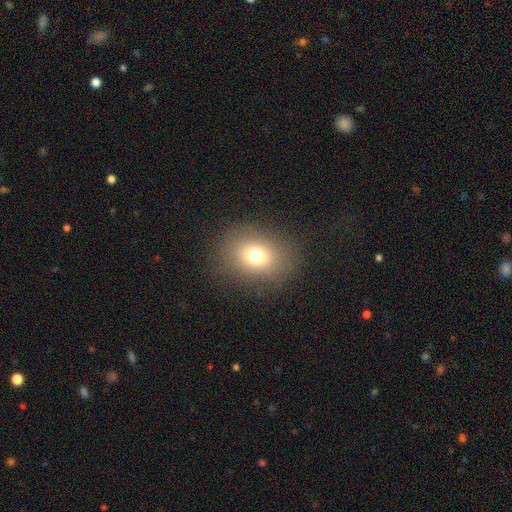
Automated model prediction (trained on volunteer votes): Q: Smooth or featured?
A: smooth (73%); runner-up: star or artifact (15%)
Q: How rounded?
A: round (51%); runner-up: in between (48%)
Q: Merging?
A: none (84%); runner-up: minor disturbance (10%)